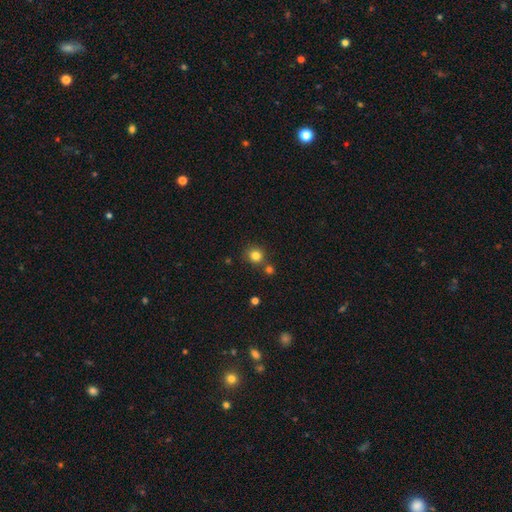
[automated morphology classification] Smooth or featured? smooth (81%)
How rounded? round (89%)
Merging? none (74%)